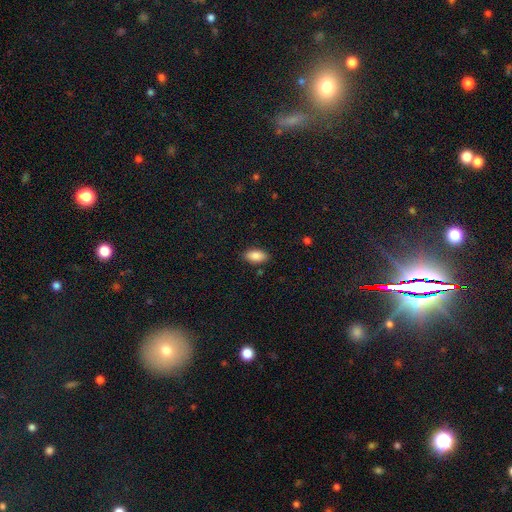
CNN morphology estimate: Smooth or featured? Predicted: smooth (p=0.88). How rounded? Predicted: in between (p=0.93). Merging? Predicted: none (p=0.87).